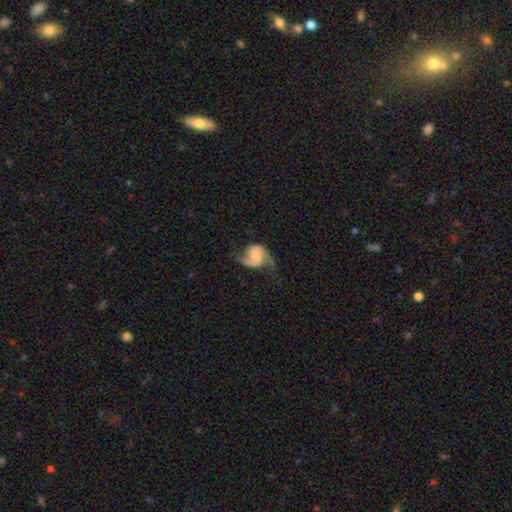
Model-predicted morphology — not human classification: Smooth or featured? Predicted: featured or disk (p=0.74). Edge-on disk? Predicted: no (p=0.98). Bar? Predicted: no (p=0.55). Spiral arms? Predicted: yes (p=0.93). Spiral winding? Predicted: loose (p=0.56). Spiral arm count? Predicted: 2 (p=0.86). Bulge size? Predicted: none (p=0.56). Merging? Predicted: none (p=0.51).